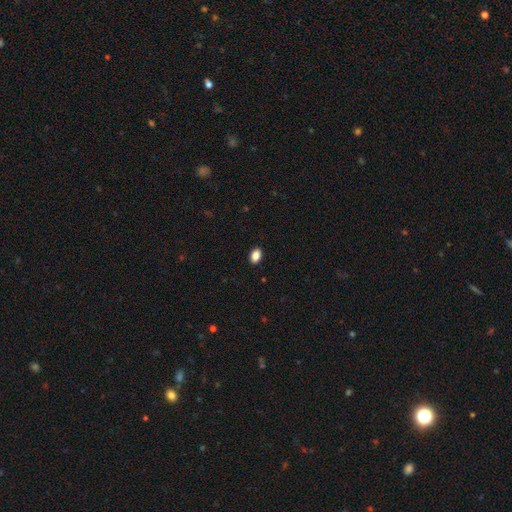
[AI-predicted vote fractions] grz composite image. It shows a smooth galaxy with no disk features (88%) that is in between round and cigar-shaped (85%). Merging: none (90%).